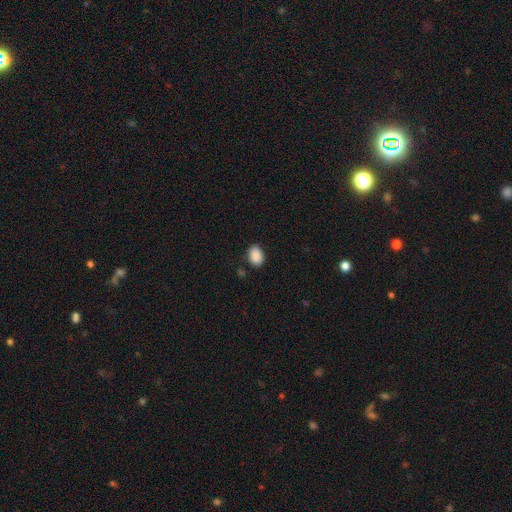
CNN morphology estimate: smooth 90%, star or artifact 8%, featured or disk 3%. Down the decision tree: how rounded — in between (83%); merging — none (84%).